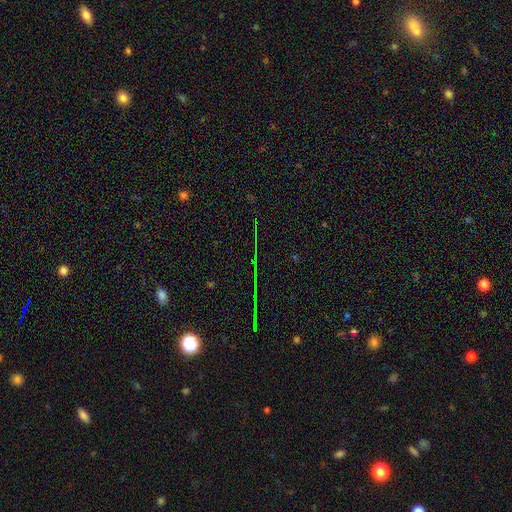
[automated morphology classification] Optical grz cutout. It shows a star or artifact, not a galaxy (77%).